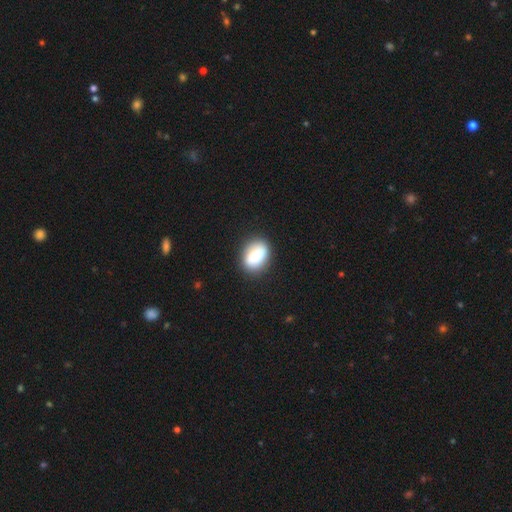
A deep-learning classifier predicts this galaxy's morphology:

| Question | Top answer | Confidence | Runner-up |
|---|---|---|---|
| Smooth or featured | smooth | 83% | featured or disk (10%) |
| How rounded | in between | 74% | round (25%) |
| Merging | none | 84% | minor disturbance (12%) |